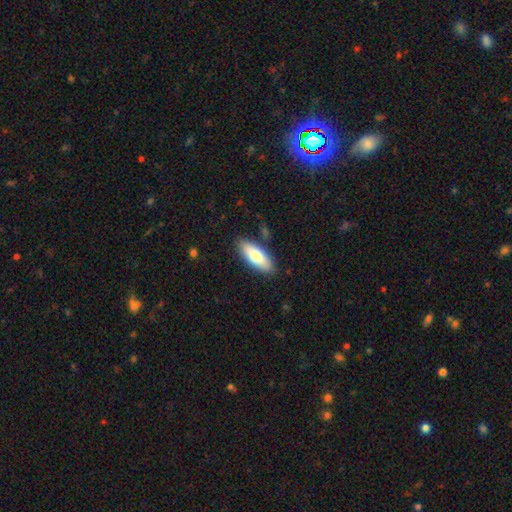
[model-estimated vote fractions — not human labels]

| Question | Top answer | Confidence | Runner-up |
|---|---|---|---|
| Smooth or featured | smooth | 74% | featured or disk (20%) |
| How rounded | in between | 71% | cigar-shaped (27%) |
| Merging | none | 85% | minor disturbance (10%) |